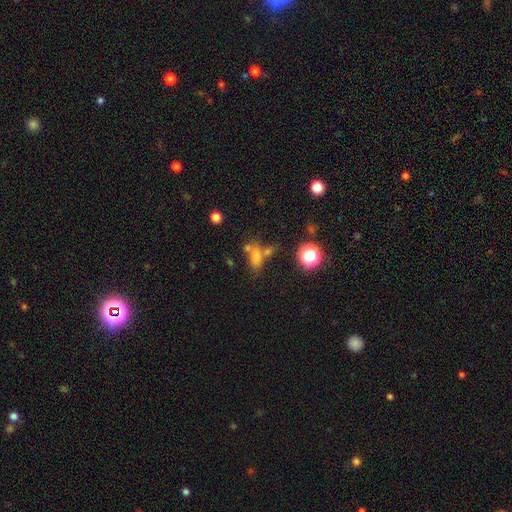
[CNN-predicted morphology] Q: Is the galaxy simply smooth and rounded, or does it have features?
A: smooth — 67%.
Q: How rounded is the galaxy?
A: in between — 74%.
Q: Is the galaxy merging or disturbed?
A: none — 40%.